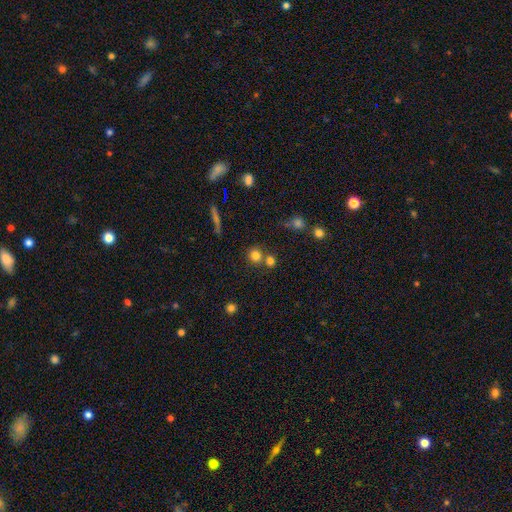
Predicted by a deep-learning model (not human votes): This is likely a smooth galaxy (78%). How rounded: clearly round (89%). Merging: likely none (62%).